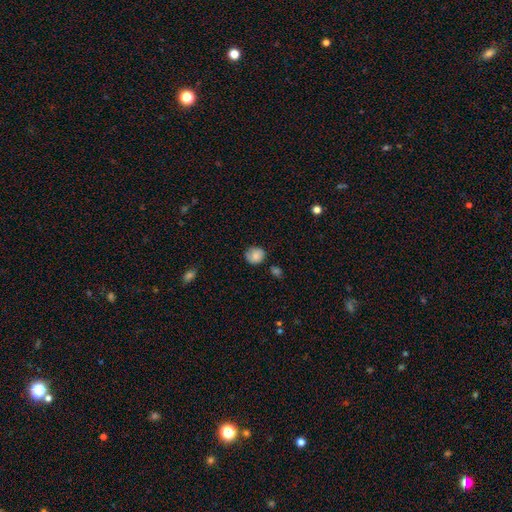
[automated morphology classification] Smooth or featured? Predicted: smooth (p=0.79). How rounded? Predicted: round (p=0.74). Merging? Predicted: none (p=0.67).